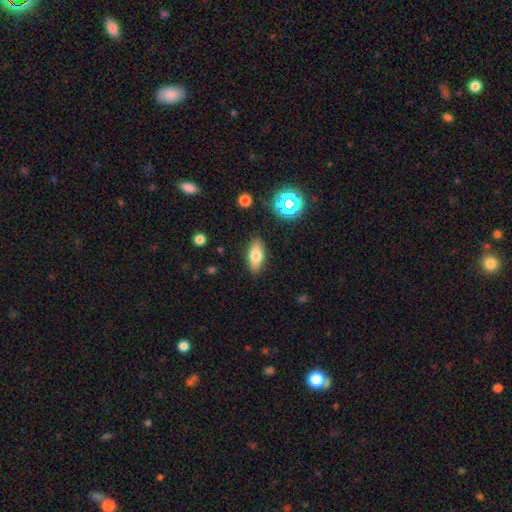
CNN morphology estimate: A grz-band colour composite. It shows a smooth galaxy with no disk features (73%) that is in between round and cigar-shaped (82%). Merging: none (87%).